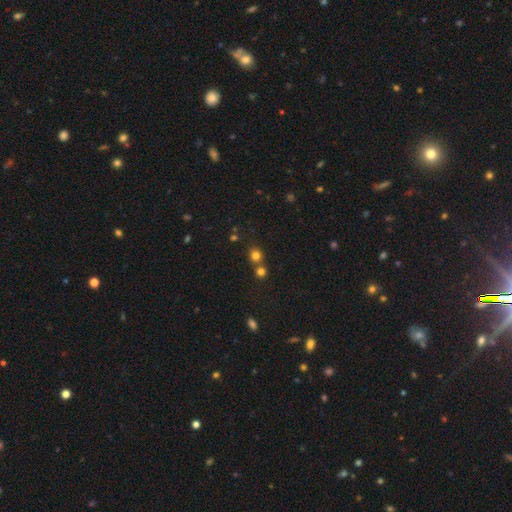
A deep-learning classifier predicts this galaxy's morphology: Smooth or featured? Predicted: smooth (p=0.76). How rounded? Predicted: round (p=0.84). Merging? Predicted: none (p=0.60).